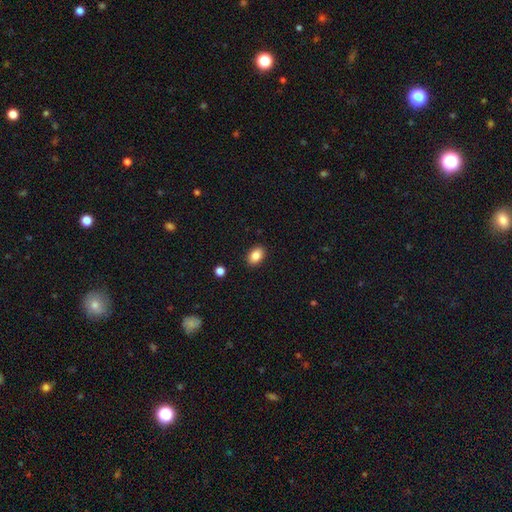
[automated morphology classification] smooth-or-featured: smooth: 86% | star or artifact: 9% | featured or disk: 6%
  how-rounded: in between: 83% | round: 16% | cigar-shaped: 1%
  merging: none: 89% | minor disturbance: 8% | major disturbance: 2% | merger: 1%